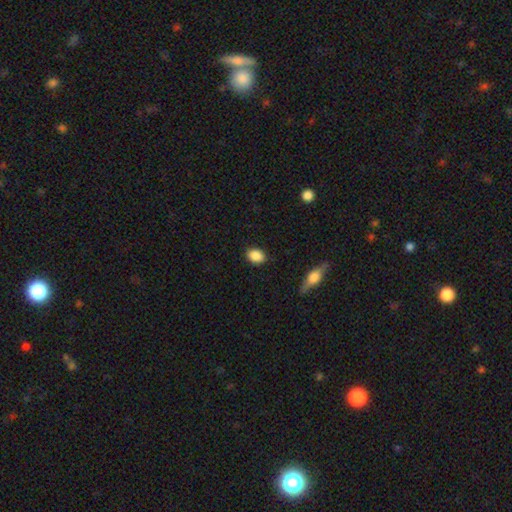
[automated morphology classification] Smooth or featured: smooth — 88% (star or artifact — 7%)
How rounded: in between — 71% (round — 28%)
Merging: none — 86% (minor disturbance — 10%)